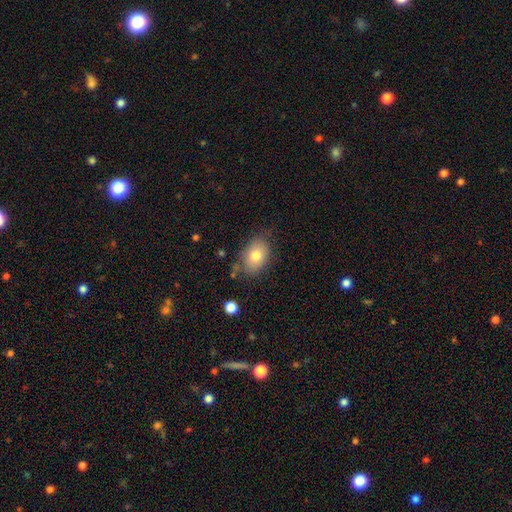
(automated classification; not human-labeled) smooth 76%, featured or disk 15%, star or artifact 9%. Down the decision tree: how rounded — in between (78%); merging — none (68%).